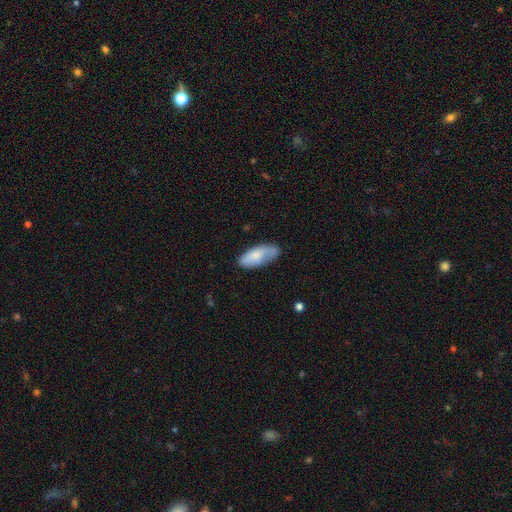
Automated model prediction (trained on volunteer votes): The model was most divided on "merging": none: 61%, minor disturbance: 29%, major disturbance: 7%, merger: 3%. More confident: how rounded — in between (83%); smooth or featured — smooth (74%).